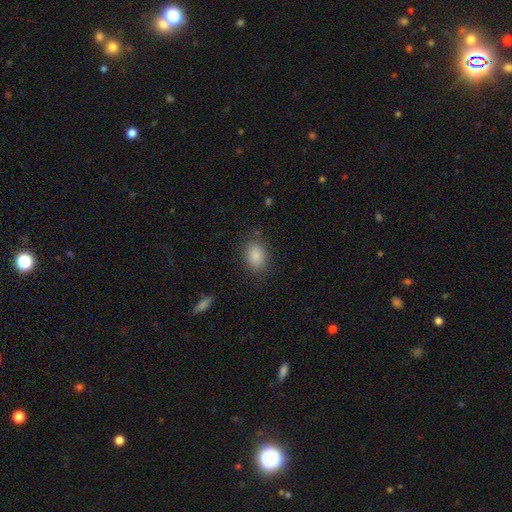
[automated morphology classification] Smooth or featured: smooth — 87% (star or artifact — 9%)
How rounded: in between — 72% (round — 27%)
Merging: none — 82% (minor disturbance — 12%)